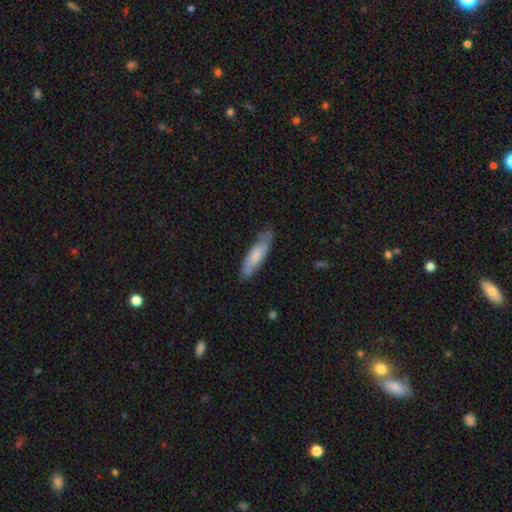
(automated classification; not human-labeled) Smooth or featured?
  - smooth: 63% *
  - featured or disk: 32%
  - star or artifact: 5%
How rounded?
  - cigar-shaped: 66% *
  - in between: 33%
  - round: 2%
Merging?
  - none: 75% *
  - minor disturbance: 20%
  - major disturbance: 4%
  - merger: 1%